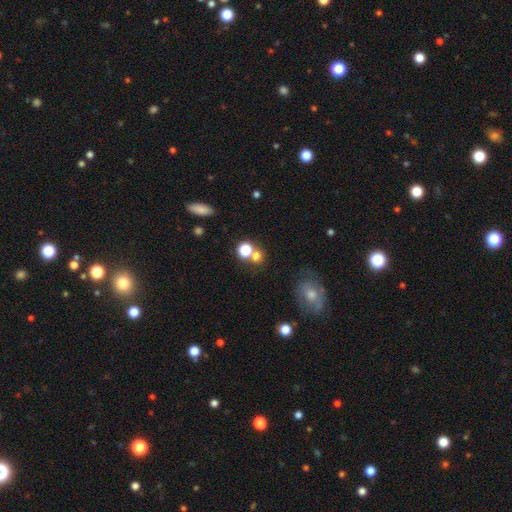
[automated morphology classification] Smooth or featured: smooth — 71% (star or artifact — 20%)
How rounded: round — 81% (in between — 17%)
Merging: none — 56% (merger — 32%)